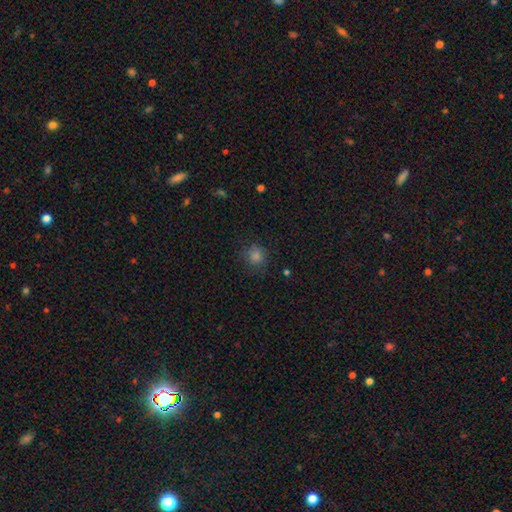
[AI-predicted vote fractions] This is likely a smooth galaxy (74%). How rounded: clearly round (88%). Merging: clearly none (83%).